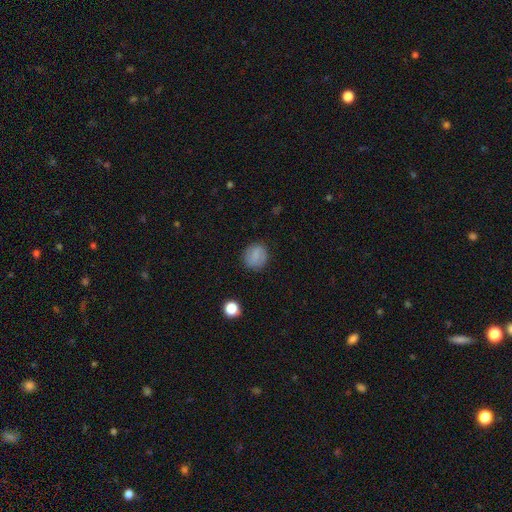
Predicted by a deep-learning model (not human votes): Smooth or featured? smooth (71%)
How rounded? round (79%)
Merging? none (84%)